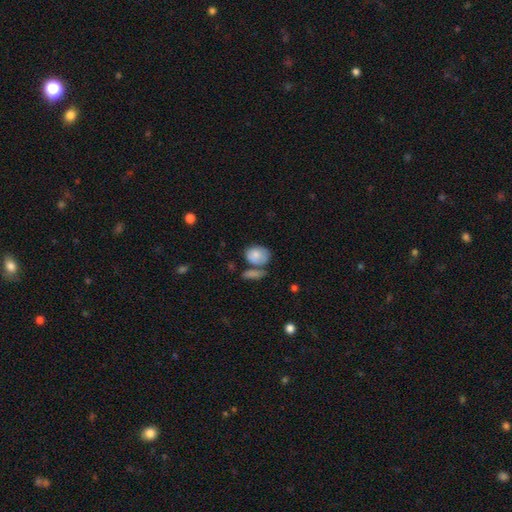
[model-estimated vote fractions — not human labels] Smooth or featured? smooth (80%)
How rounded? in between (65%)
Merging? none (48%)